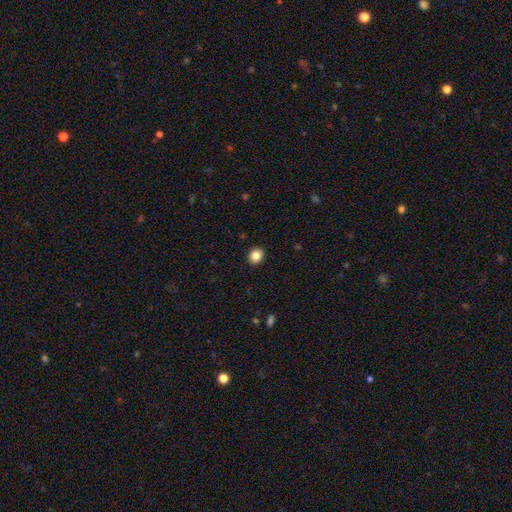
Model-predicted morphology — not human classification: The model was most divided on "how rounded": round: 75%, in between: 25%, cigar-shaped: 1%. More confident: merging — none (92%); smooth or featured — smooth (86%).